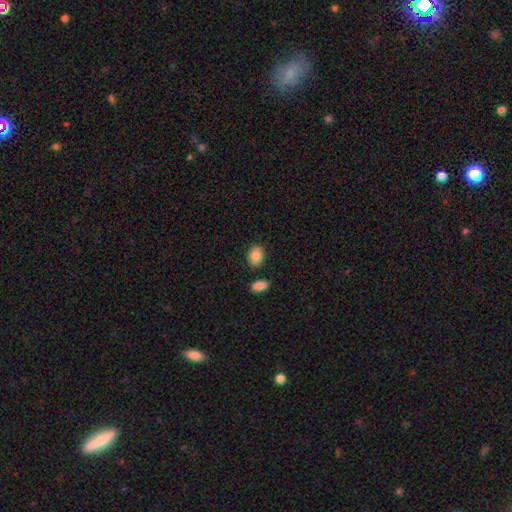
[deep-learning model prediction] Smooth or featured?
  - smooth: 85% *
  - star or artifact: 8%
  - featured or disk: 7%
How rounded?
  - in between: 63% *
  - round: 36%
  - cigar-shaped: 1%
Merging?
  - none: 83% *
  - minor disturbance: 10%
  - merger: 5%
  - major disturbance: 2%